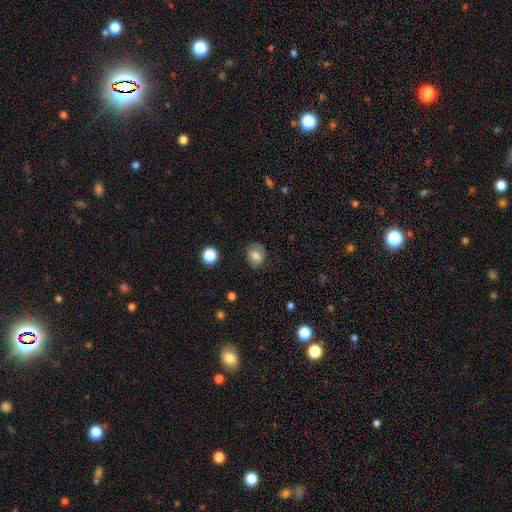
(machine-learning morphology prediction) Smooth or featured? smooth (78%)
How rounded? round (69%)
Merging? none (80%)